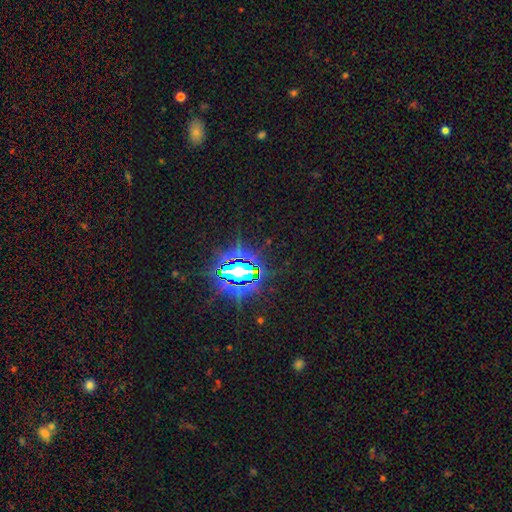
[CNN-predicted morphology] star or artifact 82%, smooth 11%, featured or disk 8%.